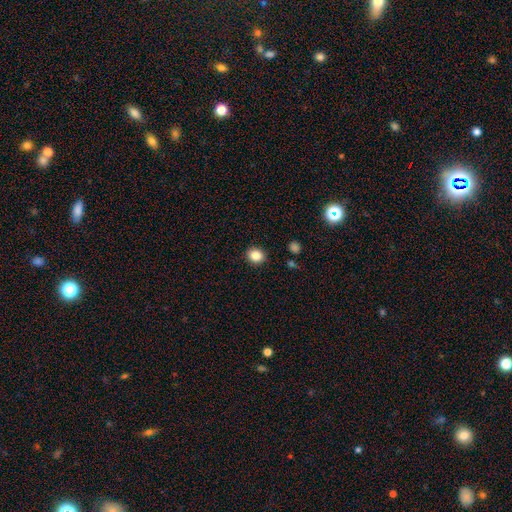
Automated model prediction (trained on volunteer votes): smooth-or-featured: smooth: 85% | star or artifact: 10% | featured or disk: 5%
  how-rounded: round: 69% | in between: 30% | cigar-shaped: 1%
  merging: none: 90% | minor disturbance: 7% | major disturbance: 2% | merger: 1%